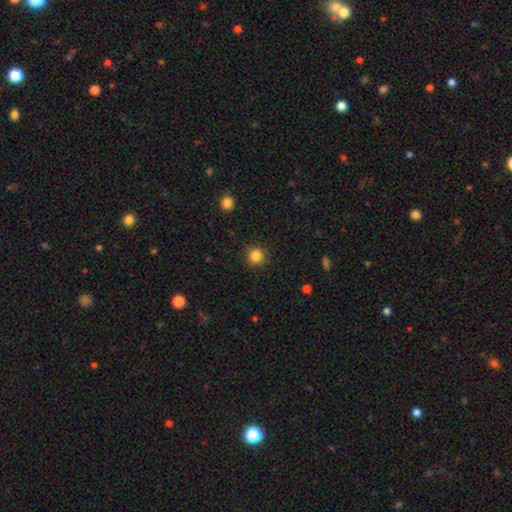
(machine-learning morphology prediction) Q: Smooth or featured?
A: smooth (85%); runner-up: star or artifact (11%)
Q: How rounded?
A: round (94%); runner-up: in between (5%)
Q: Merging?
A: none (91%); runner-up: minor disturbance (6%)